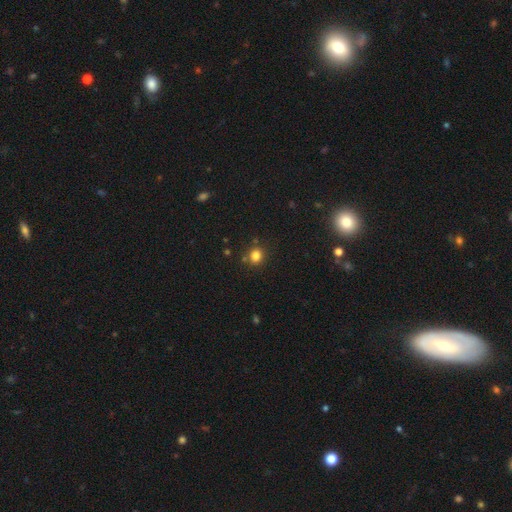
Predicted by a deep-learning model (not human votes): Morphology: type=smooth (81%); roundness=round (80%); merging=none (82%).